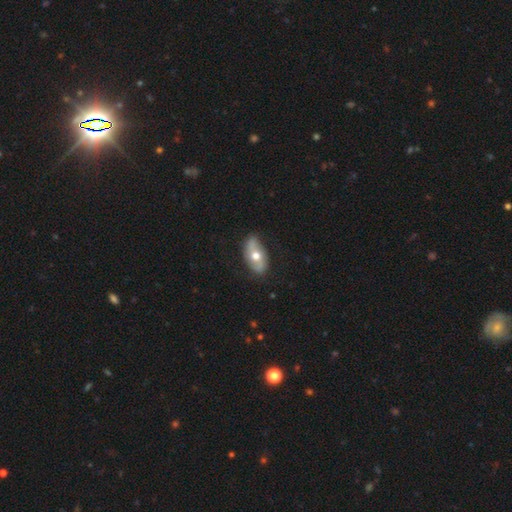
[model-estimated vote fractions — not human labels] This appears to be a smooth galaxy with no disk features (48%). Merging: none (79%).